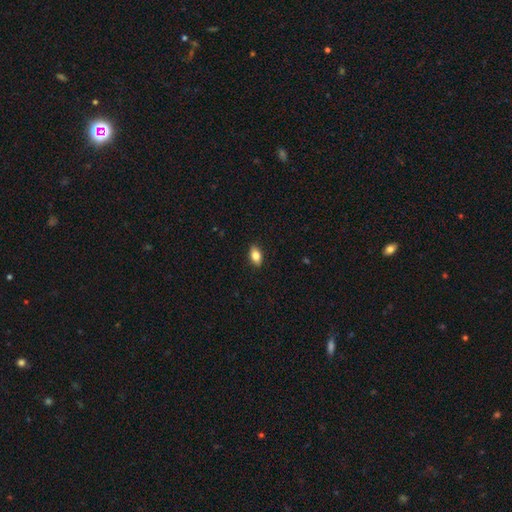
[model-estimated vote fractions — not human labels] Smooth or featured? smooth (82%)
How rounded? in between (89%)
Merging? none (89%)